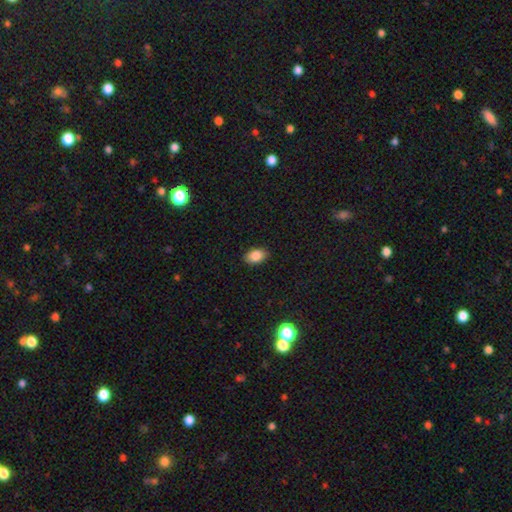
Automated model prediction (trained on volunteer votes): A smooth galaxy with no disk features (86%) that is in between round and cigar-shaped (86%). Merging: none (88%).